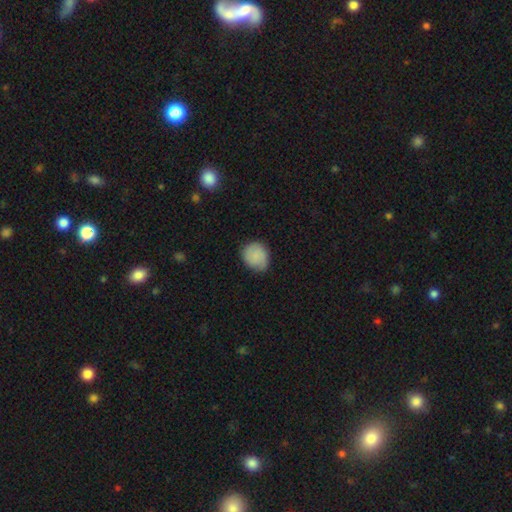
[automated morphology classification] Q: Smooth or featured?
A: smooth (79%); runner-up: featured or disk (14%)
Q: How rounded?
A: round (73%); runner-up: in between (27%)
Q: Merging?
A: none (75%); runner-up: minor disturbance (20%)